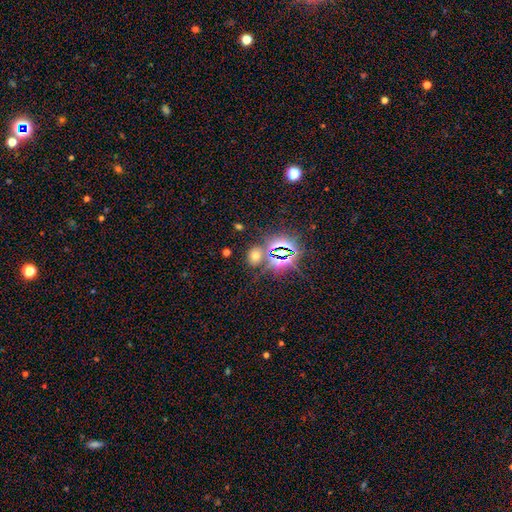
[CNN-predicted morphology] Smooth or featured: smooth — 48% (star or artifact — 43%)
Merging: none — 76% (minor disturbance — 11%)